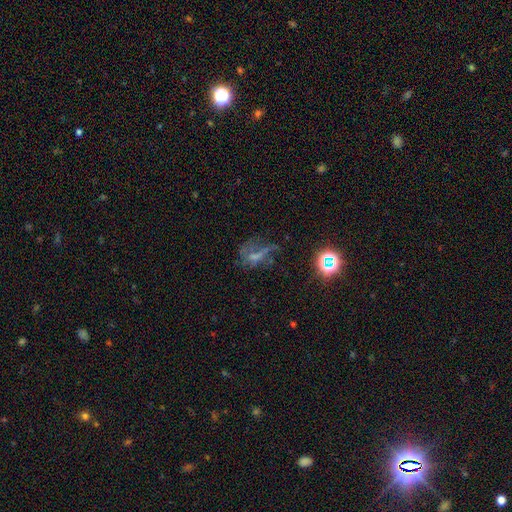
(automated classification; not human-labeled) This is marginally a featured or disk galaxy (40%). Merging: marginally major disturbance (45%).